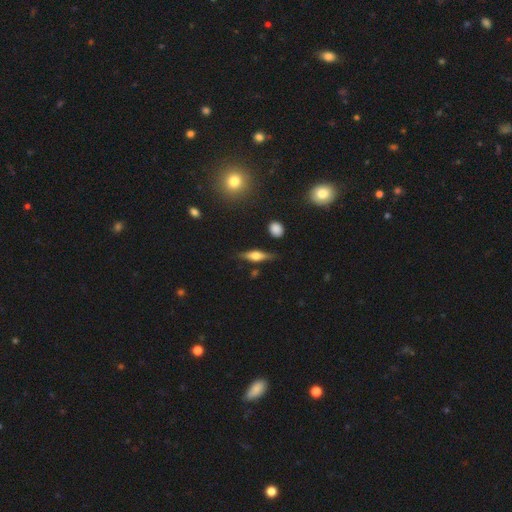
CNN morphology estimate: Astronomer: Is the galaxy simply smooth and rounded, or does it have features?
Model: featured or disk — 58% (runner-up: smooth, 35%).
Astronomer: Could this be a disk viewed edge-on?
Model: yes — 94%.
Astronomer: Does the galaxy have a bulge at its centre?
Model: rounded — 87%.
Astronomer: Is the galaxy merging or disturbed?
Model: none — 81%.